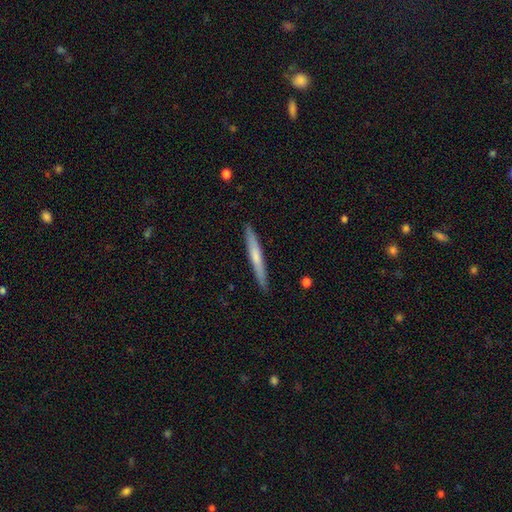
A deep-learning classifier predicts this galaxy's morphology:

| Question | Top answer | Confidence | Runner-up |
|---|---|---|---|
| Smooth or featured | smooth | 55% | featured or disk (39%) |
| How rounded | cigar-shaped | 96% | in between (3%) |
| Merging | none | 90% | minor disturbance (7%) |